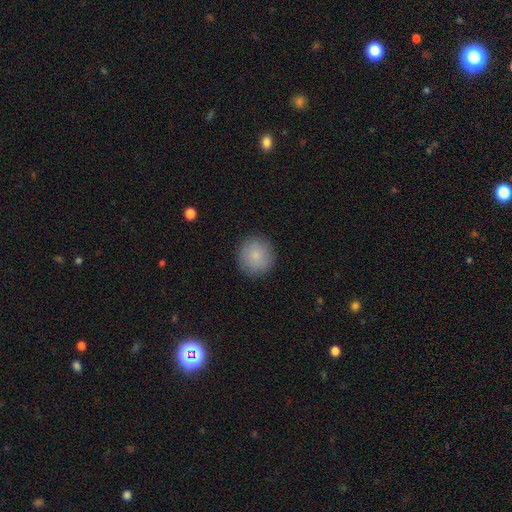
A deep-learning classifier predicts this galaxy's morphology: Smooth or featured: smooth — 85% (star or artifact — 8%)
How rounded: round — 93% (in between — 6%)
Merging: none — 89% (minor disturbance — 7%)